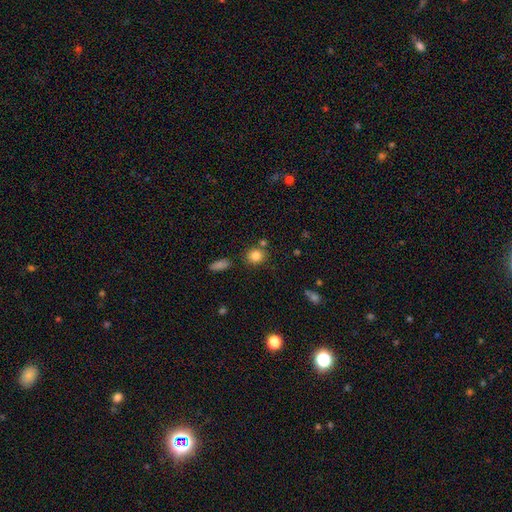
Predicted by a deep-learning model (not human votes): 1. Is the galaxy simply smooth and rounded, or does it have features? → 83% smooth, 10% star or artifact, 6% featured or disk.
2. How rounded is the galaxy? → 80% round, 19% in between, 1% cigar-shaped.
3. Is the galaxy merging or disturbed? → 76% none, 10% minor disturbance, 10% merger, 3% major disturbance.